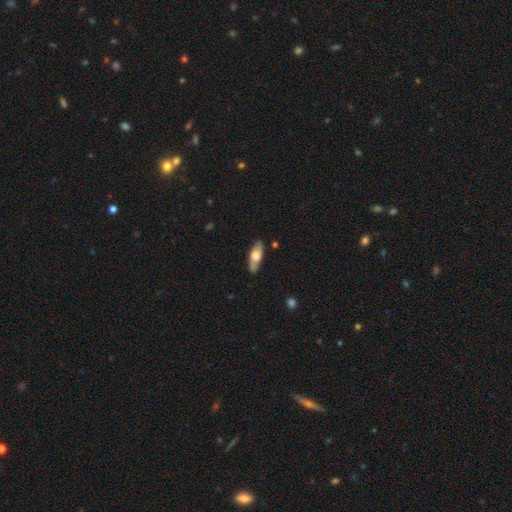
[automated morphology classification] A smooth galaxy with no disk features (54%) that is in between round and cigar-shaped (64%). Merging: none (80%).